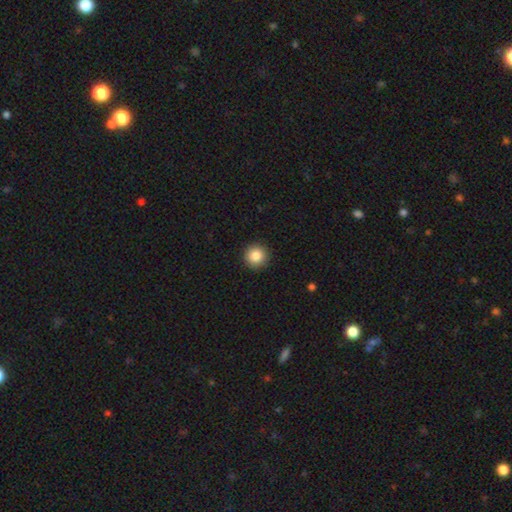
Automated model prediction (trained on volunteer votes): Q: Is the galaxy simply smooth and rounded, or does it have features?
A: smooth — 85%.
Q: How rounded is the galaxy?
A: round — 96%.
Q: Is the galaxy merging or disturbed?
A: none — 93%.